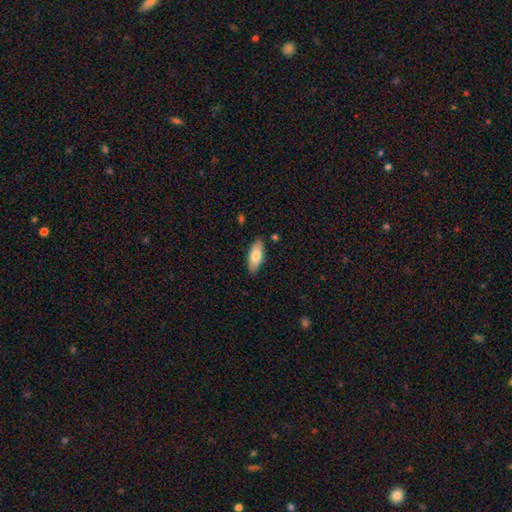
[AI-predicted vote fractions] Smooth or featured: smooth — 78% (featured or disk — 16%)
How rounded: in between — 79% (cigar-shaped — 19%)
Merging: none — 85% (minor disturbance — 11%)